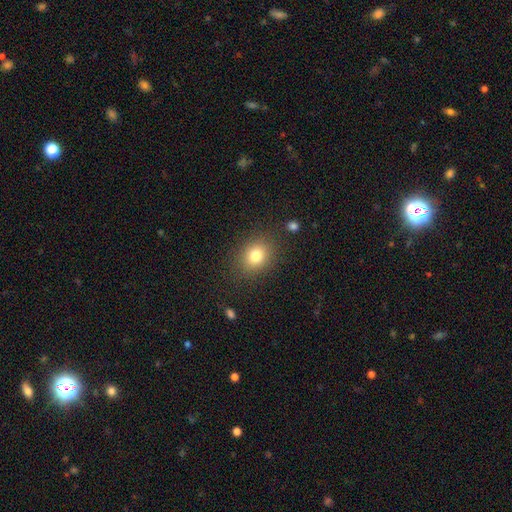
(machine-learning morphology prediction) Q: Smooth or featured?
A: smooth (79%); runner-up: star or artifact (12%)
Q: How rounded?
A: round (59%); runner-up: in between (40%)
Q: Merging?
A: none (84%); runner-up: minor disturbance (10%)